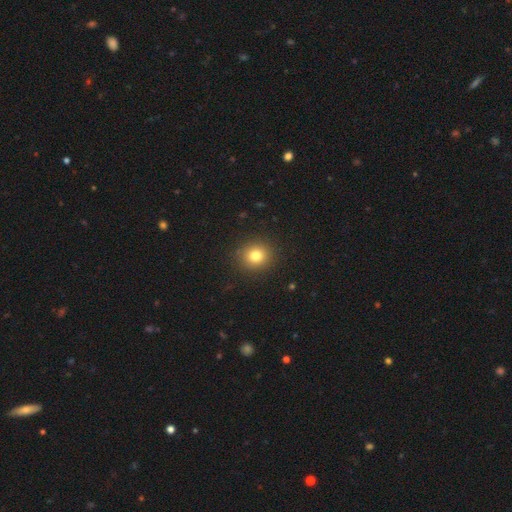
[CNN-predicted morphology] Smooth or featured? Predicted: smooth (p=0.80). How rounded? Predicted: round (p=0.88). Merging? Predicted: none (p=0.90).